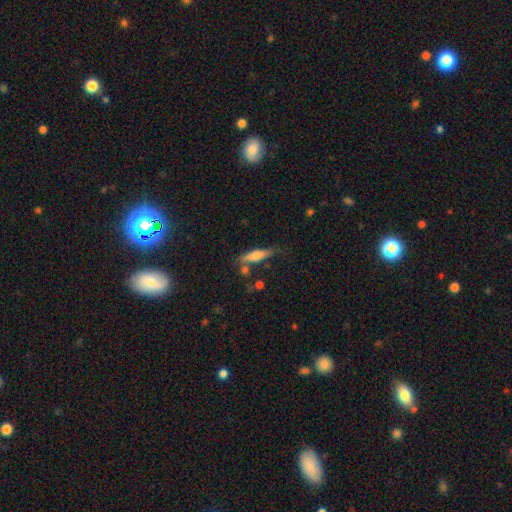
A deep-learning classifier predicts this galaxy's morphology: This appears to be a smooth galaxy with no disk features (67%) that is cigar-shaped (70%). Merging: none (60%).